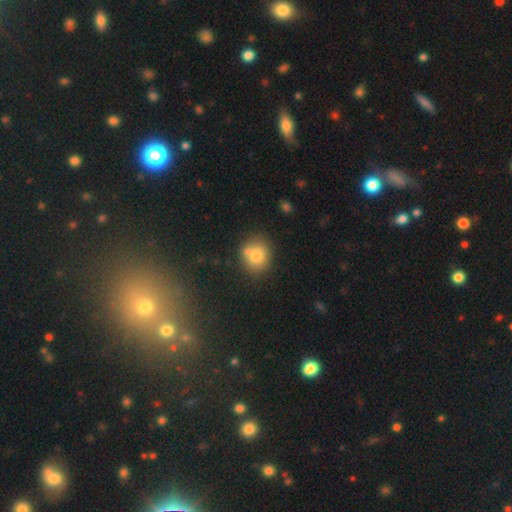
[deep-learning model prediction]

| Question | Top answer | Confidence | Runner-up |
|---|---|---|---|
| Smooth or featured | smooth | 75% | featured or disk (14%) |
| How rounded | round | 78% | in between (21%) |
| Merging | none | 62% | merger (20%) |